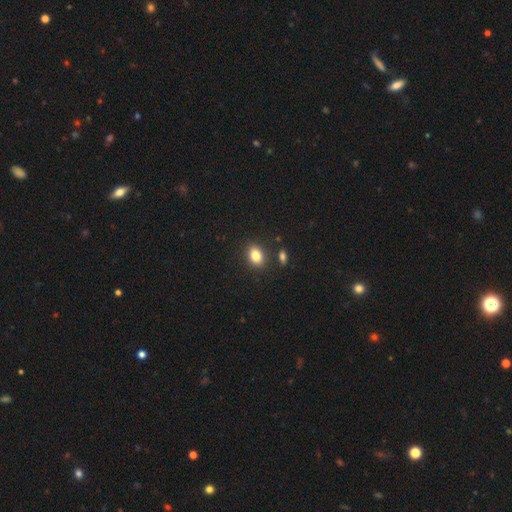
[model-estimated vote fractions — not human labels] smooth_or_featured: smooth (p=0.83) [alt: star or artifact p=0.09]
how_rounded: in between (p=0.76) [alt: round p=0.22]
merging: none (p=0.83) [alt: minor disturbance p=0.09]